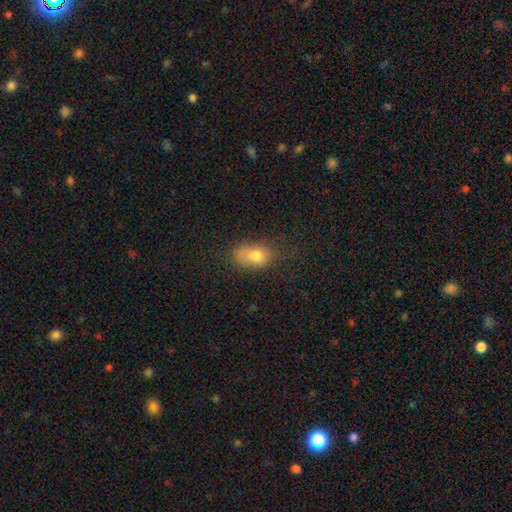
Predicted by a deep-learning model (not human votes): smooth 75%, featured or disk 13%, star or artifact 12%. Down the decision tree: how rounded — in between (82%); merging — none (50%).